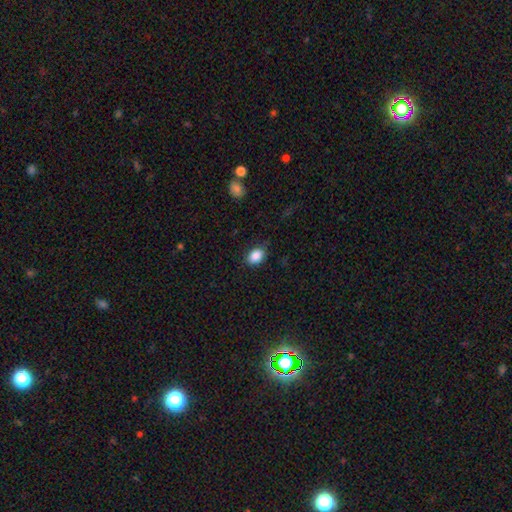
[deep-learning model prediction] smooth 88%, star or artifact 8%, featured or disk 4%. Down the decision tree: how rounded — in between (70%); merging — none (82%).